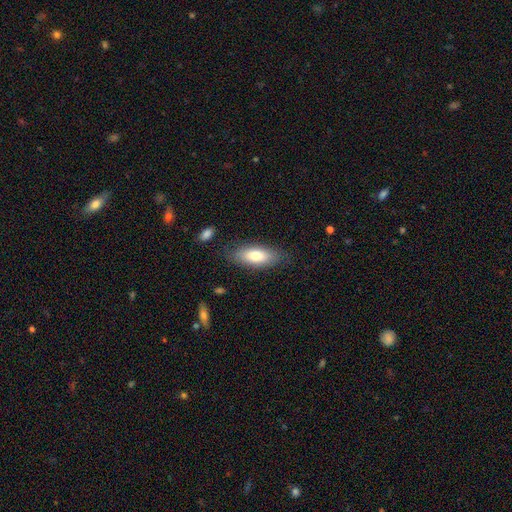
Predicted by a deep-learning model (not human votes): smooth 74%, featured or disk 19%, star or artifact 6%. Down the decision tree: how rounded — in between (78%); merging — none (80%).